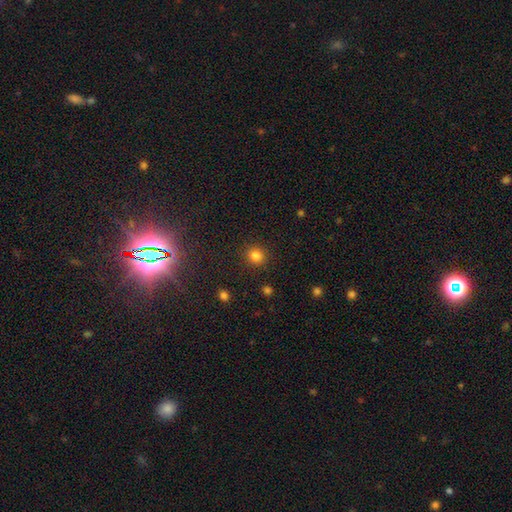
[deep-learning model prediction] smooth 83%, star or artifact 13%, featured or disk 4%. Down the decision tree: how rounded — round (89%); merging — none (89%).